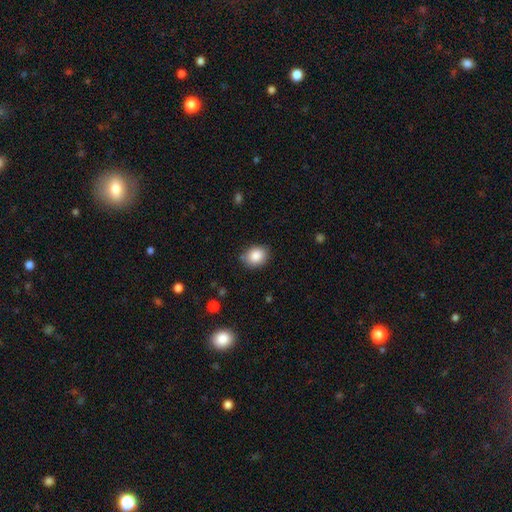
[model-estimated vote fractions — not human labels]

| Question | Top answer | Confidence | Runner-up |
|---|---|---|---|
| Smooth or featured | smooth | 86% | star or artifact (8%) |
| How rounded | round | 53% | in between (46%) |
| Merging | none | 82% | minor disturbance (14%) |